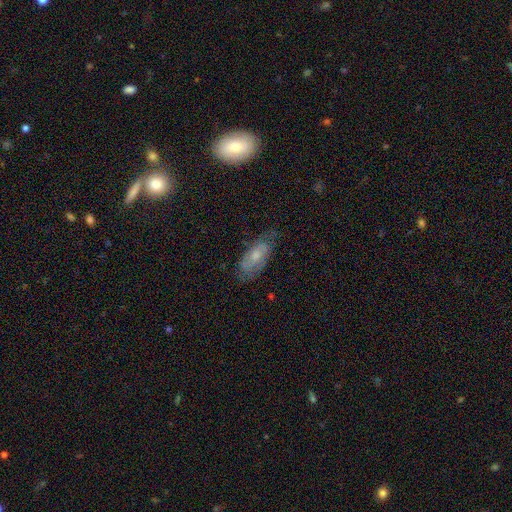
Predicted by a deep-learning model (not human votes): This appears to be a smooth galaxy with no disk features (48%). Merging: none (65%).